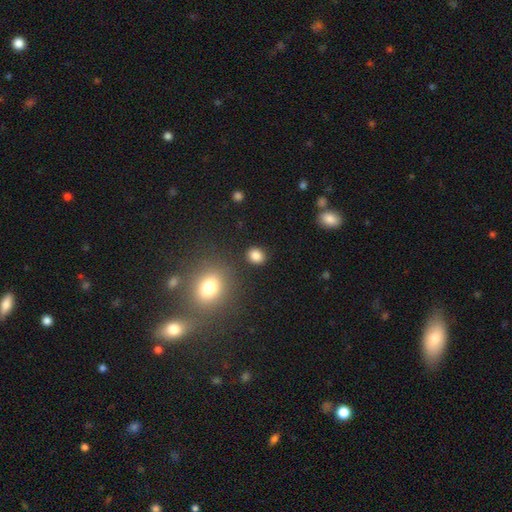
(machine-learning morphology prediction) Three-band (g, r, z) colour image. It shows a smooth galaxy with no disk features (84%) that is round (64%). Merging: none (87%).